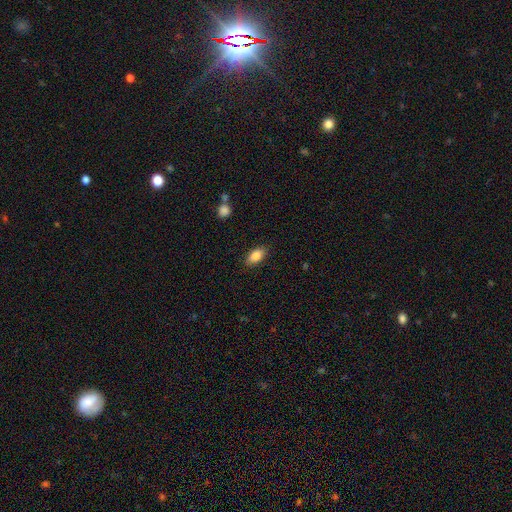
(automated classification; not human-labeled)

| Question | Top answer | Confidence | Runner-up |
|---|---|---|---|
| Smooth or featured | smooth | 85% | featured or disk (8%) |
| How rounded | in between | 90% | cigar-shaped (6%) |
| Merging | none | 87% | minor disturbance (10%) |